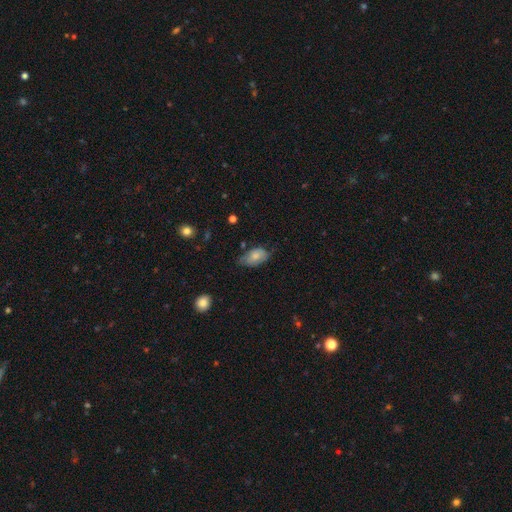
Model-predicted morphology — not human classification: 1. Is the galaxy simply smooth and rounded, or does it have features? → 72% smooth, 21% featured or disk, 7% star or artifact.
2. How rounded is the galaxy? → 92% in between, 6% round, 2% cigar-shaped.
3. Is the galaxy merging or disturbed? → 49% none, 39% minor disturbance, 10% major disturbance, 2% merger.